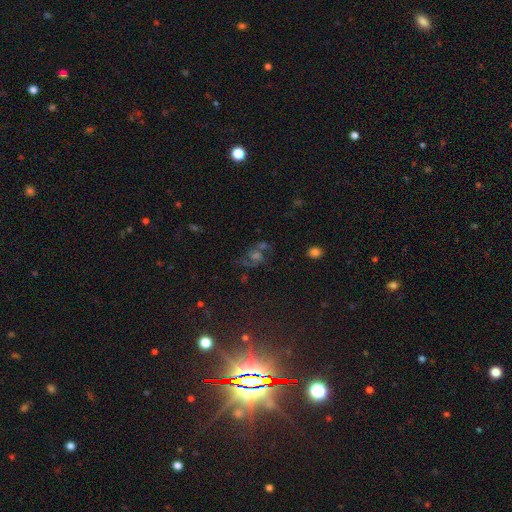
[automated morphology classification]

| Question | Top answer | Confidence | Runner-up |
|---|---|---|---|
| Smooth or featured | featured or disk | 42% | star or artifact (36%) |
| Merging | none | 58% | minor disturbance (16%) |